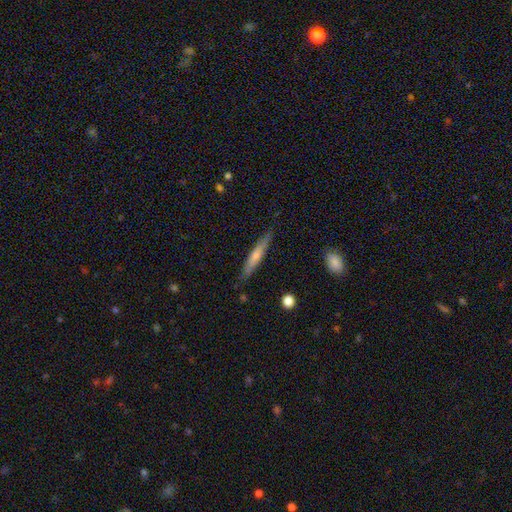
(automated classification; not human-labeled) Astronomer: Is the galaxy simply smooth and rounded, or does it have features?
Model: smooth — 48% (runner-up: featured or disk, 45%).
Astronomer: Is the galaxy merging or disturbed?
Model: none — 86%.